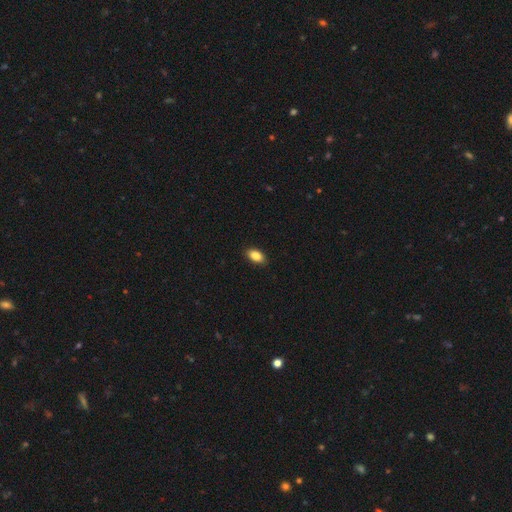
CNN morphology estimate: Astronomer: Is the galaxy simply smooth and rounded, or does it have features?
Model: smooth — 87%.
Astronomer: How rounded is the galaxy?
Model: in between — 91%.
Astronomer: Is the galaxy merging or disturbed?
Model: none — 89%.